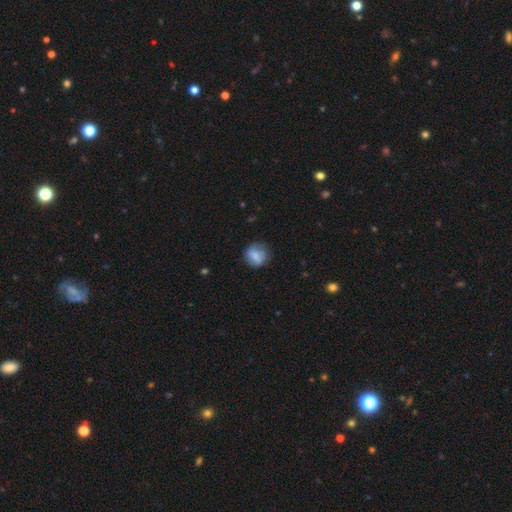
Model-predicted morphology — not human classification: smooth 74%, featured or disk 18%, star or artifact 8%. Down the decision tree: how rounded — round (76%); merging — none (70%).